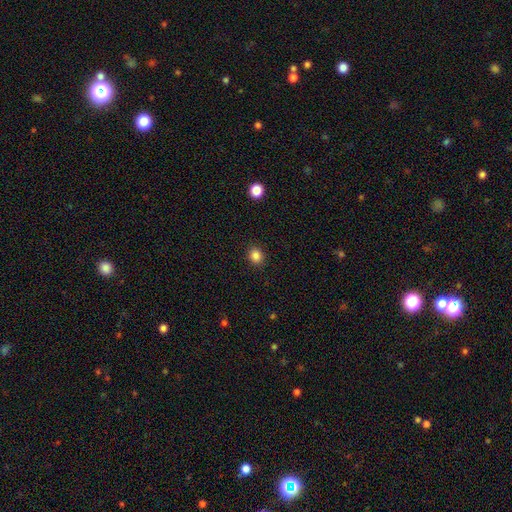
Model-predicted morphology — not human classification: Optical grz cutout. It shows a smooth galaxy with no disk features (85%) that is round (75%). Merging: none (91%).